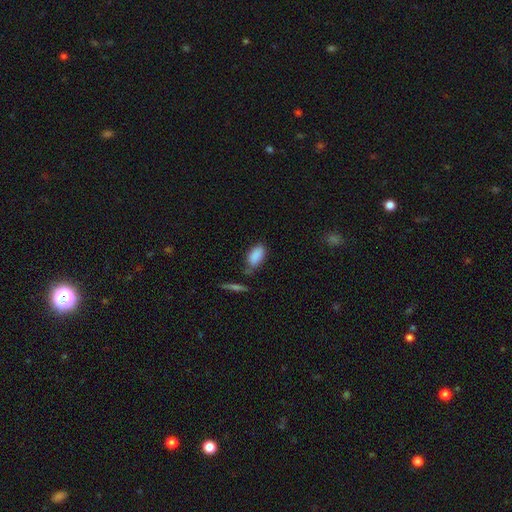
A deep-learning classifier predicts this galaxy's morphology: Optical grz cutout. It shows a smooth galaxy with no disk features (87%) that is in between round and cigar-shaped (92%). Merging: none (66%).